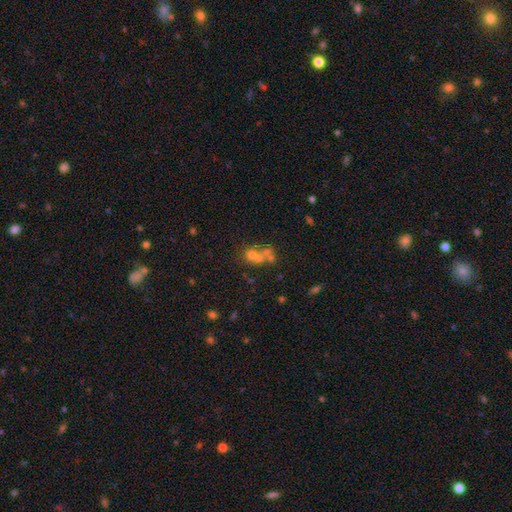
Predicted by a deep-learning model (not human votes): smooth_or_featured: smooth (p=0.51) [alt: featured or disk p=0.28]
how_rounded: round (p=0.74) [alt: in between p=0.25]
merging: merger (p=0.52) [alt: none p=0.34]